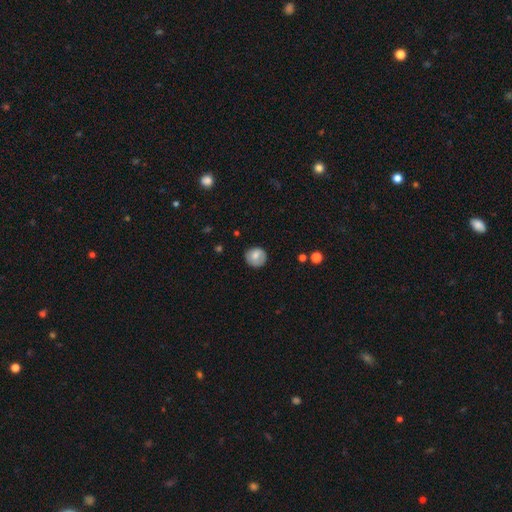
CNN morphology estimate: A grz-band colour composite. It shows a smooth galaxy with no disk features (77%) that is round (88%). Merging: none (82%).